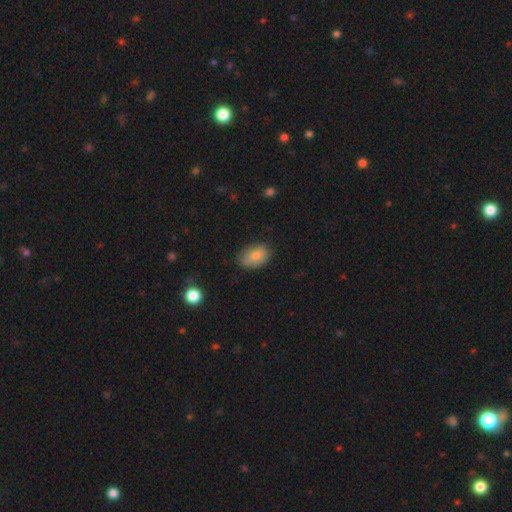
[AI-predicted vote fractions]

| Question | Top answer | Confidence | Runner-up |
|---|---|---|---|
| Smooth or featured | smooth | 79% | featured or disk (14%) |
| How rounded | in between | 87% | round (12%) |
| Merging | none | 72% | minor disturbance (22%) |